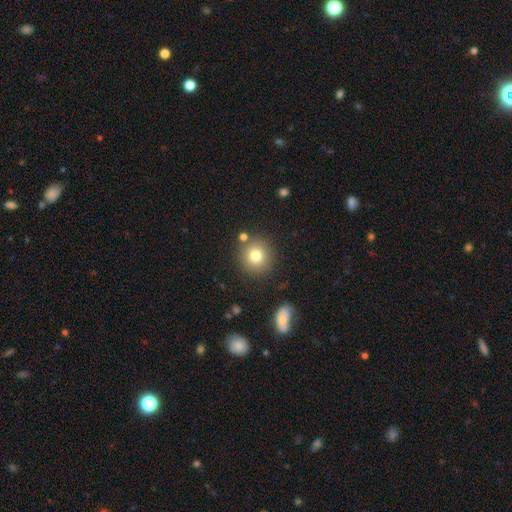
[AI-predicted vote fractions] Smooth or featured? Predicted: smooth (p=0.79). How rounded? Predicted: round (p=0.90). Merging? Predicted: none (p=0.83).